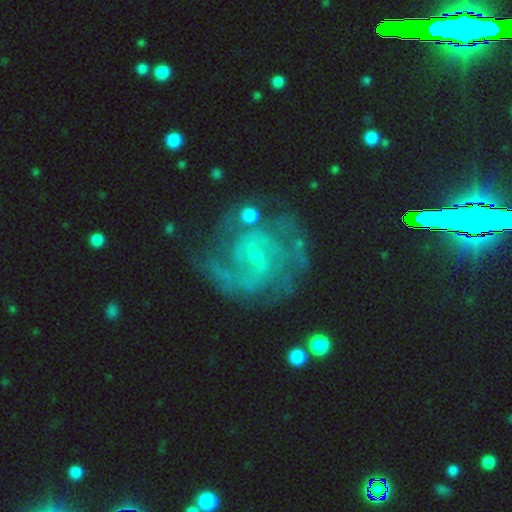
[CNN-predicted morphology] type=featured or disk (88%); edge-on=no (98%); bar=weak (54%); spiral arms=yes (96%); winding=medium (45%); arm count=2 (46%); bulge=small (79%); merging=none (69%).